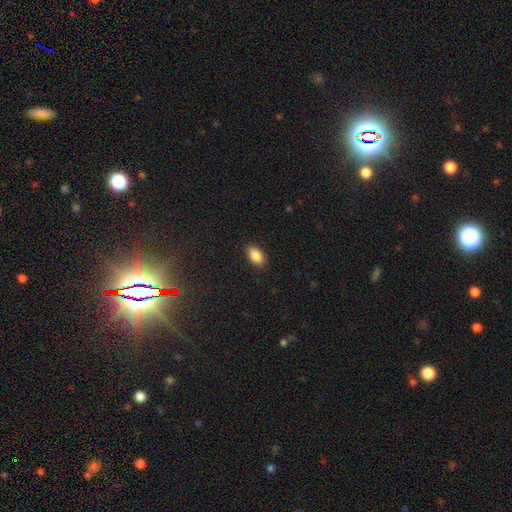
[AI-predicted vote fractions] smooth 88%, star or artifact 8%, featured or disk 4%. Down the decision tree: how rounded — in between (93%); merging — none (89%).